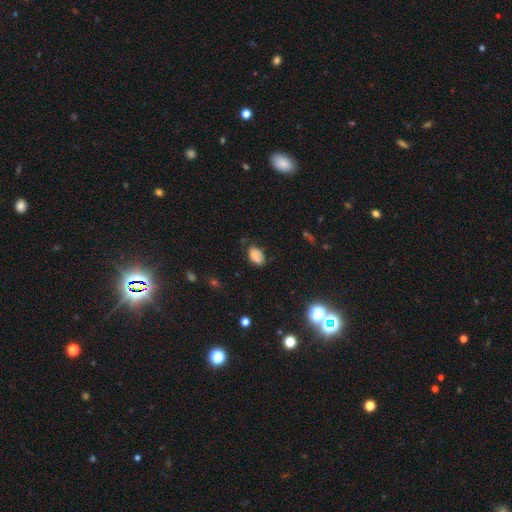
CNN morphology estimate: A smooth galaxy with no disk features (76%) that is in between round and cigar-shaped (91%). Merging: none (56%).